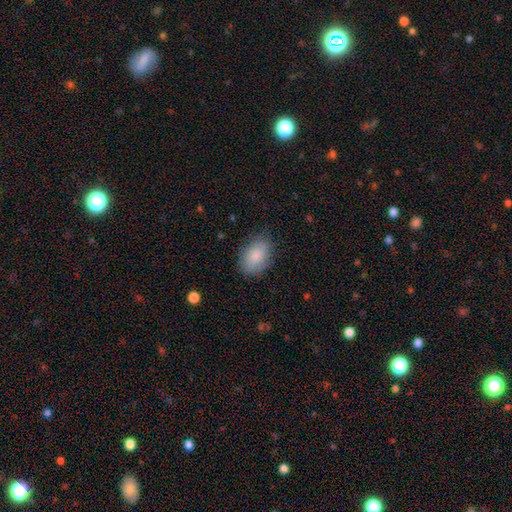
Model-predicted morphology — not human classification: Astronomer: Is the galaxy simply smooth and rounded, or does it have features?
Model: smooth — 84%.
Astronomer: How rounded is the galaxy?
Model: in between — 87%.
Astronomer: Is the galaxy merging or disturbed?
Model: none — 78%.